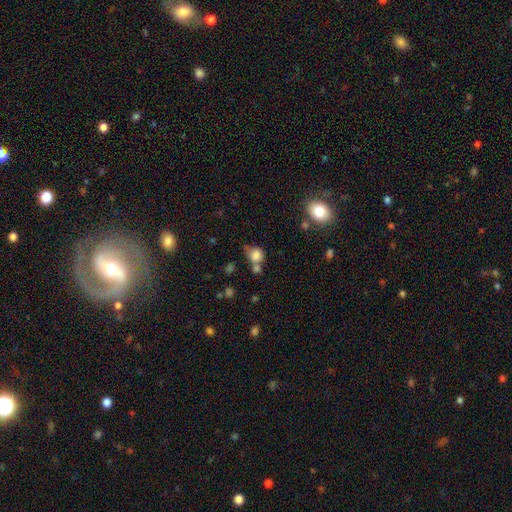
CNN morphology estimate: This appears to be a smooth galaxy with no disk features (80%) that is round (74%). Merging: none (42%).